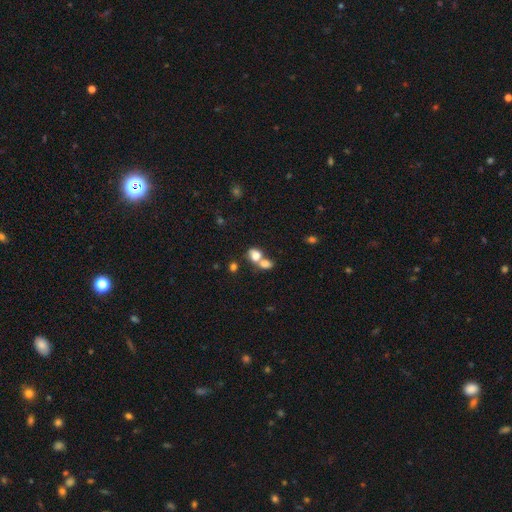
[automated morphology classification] A smooth galaxy with no disk features (77%) that is in between round and cigar-shaped (60%). Merging: merger (65%).